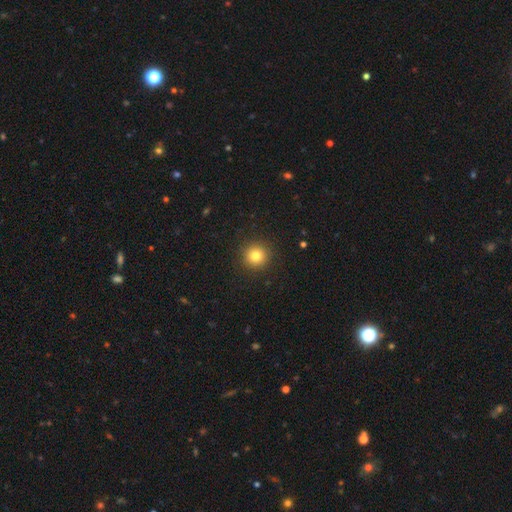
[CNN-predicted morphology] smooth-or-featured: smooth: 81% | star or artifact: 12% | featured or disk: 6%
  how-rounded: round: 94% | in between: 5% | cigar-shaped: 1%
  merging: none: 92% | minor disturbance: 5% | major disturbance: 2% | merger: 1%